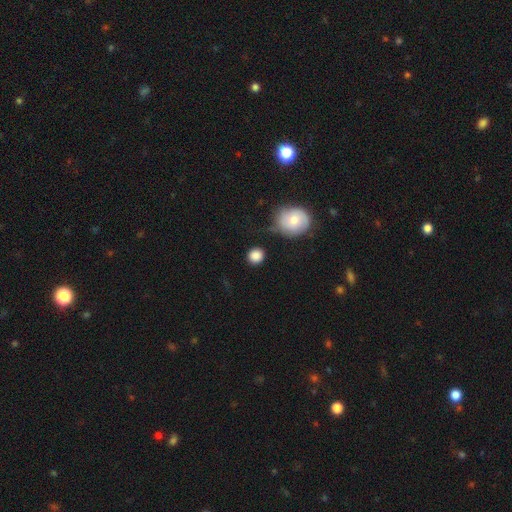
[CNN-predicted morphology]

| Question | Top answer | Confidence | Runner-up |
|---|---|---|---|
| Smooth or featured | smooth | 87% | star or artifact (8%) |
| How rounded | round | 89% | in between (10%) |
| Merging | none | 81% | minor disturbance (11%) |